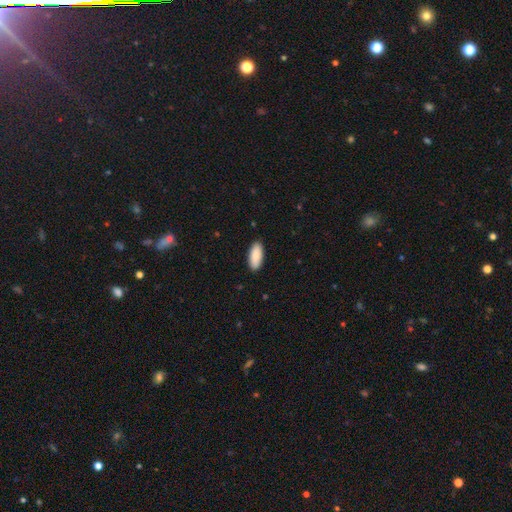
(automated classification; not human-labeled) Smooth or featured? Predicted: smooth (p=0.88). How rounded? Predicted: in between (p=0.86). Merging? Predicted: none (p=0.89).